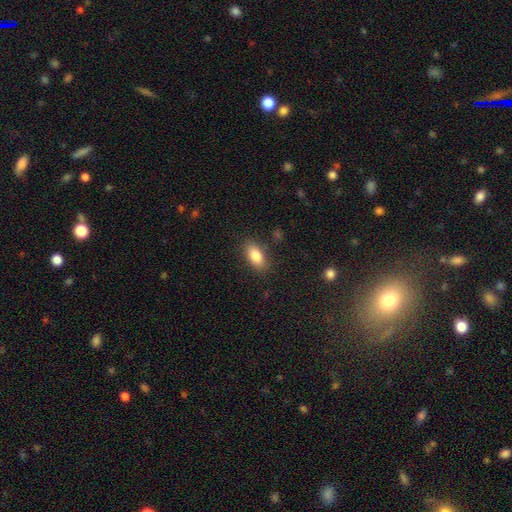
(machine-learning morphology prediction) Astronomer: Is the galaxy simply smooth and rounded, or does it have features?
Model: smooth — 83%.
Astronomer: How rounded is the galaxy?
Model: in between — 89%.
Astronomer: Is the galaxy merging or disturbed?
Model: none — 85%.